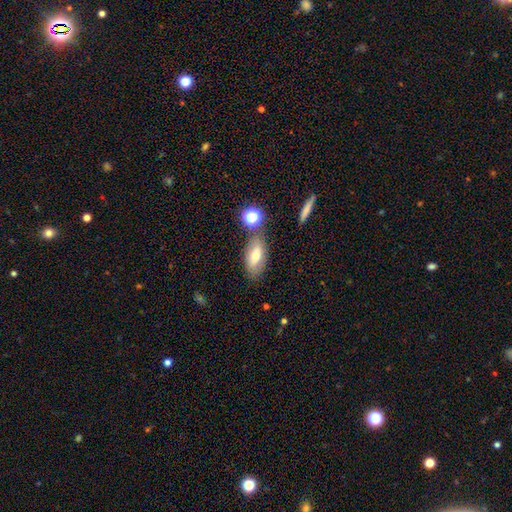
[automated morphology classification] smooth-or-featured: smooth: 64% | featured or disk: 26% | star or artifact: 10%
  how-rounded: in between: 85% | cigar-shaped: 9% | round: 6%
  merging: none: 71% | minor disturbance: 15% | merger: 9% | major disturbance: 5%